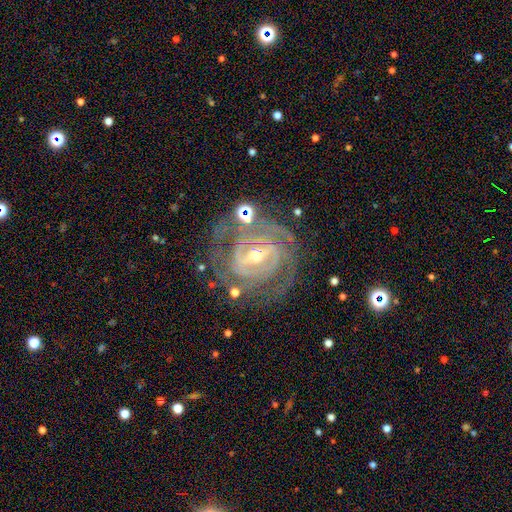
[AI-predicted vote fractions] This is clearly a featured or disk galaxy (91%). It is clearly not viewed edge-on (97%). Bar: possibly strong (52%). Spiral arm pattern: clearly yes (98%). Spiral arm count: marginally 2 (29%). Spiral winding: likely tight (71%). Central bulge: possibly moderate (50%). Merging: likely none (71%).